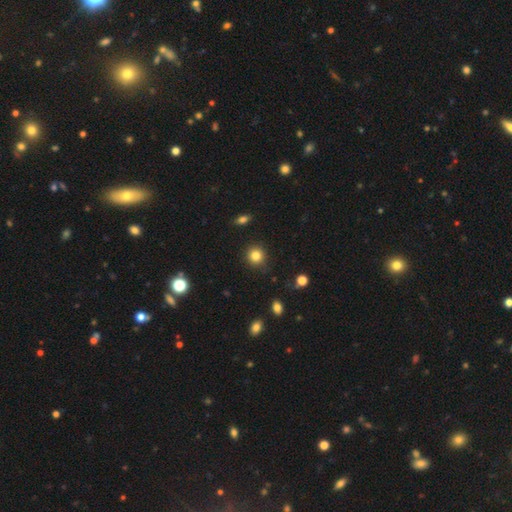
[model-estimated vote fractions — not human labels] The model was most divided on "smooth or featured": smooth: 84%, star or artifact: 11%, featured or disk: 5%. More confident: how rounded — round (92%); merging — none (89%).